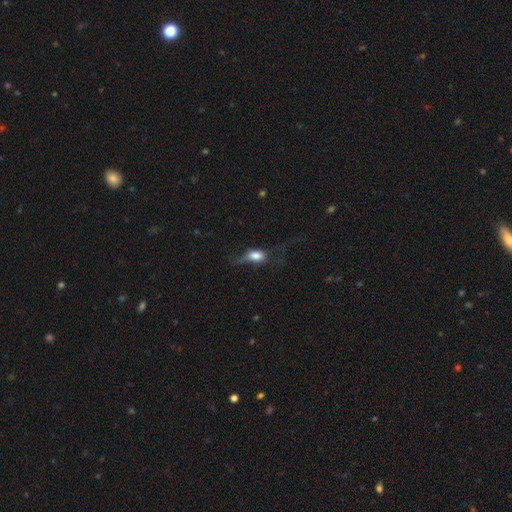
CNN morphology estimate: Q: Smooth or featured?
A: smooth (66%); runner-up: featured or disk (26%)
Q: How rounded?
A: in between (78%); runner-up: round (12%)
Q: Merging?
A: major disturbance (48%); runner-up: none (28%)